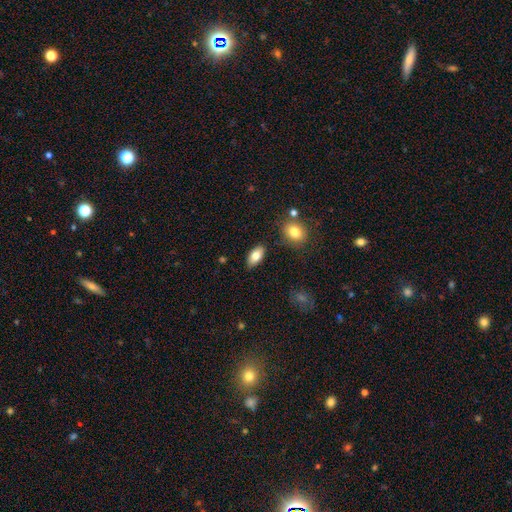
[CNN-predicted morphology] The model was most divided on "smooth or featured": smooth: 80%, featured or disk: 13%, star or artifact: 7%. More confident: how rounded — in between (92%); merging — none (85%).